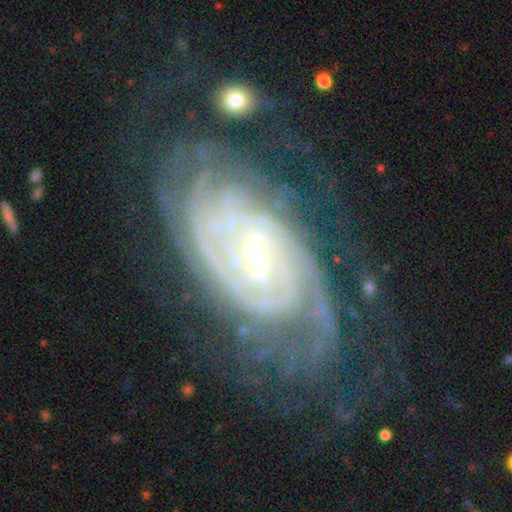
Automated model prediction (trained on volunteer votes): Morphology: type=featured or disk (89%); edge-on=no (95%); bar=weak (42%); spiral arms=yes (96%); winding=tight (69%); arm count=can't tell (31%); bulge=small (78%); merging=none (62%).